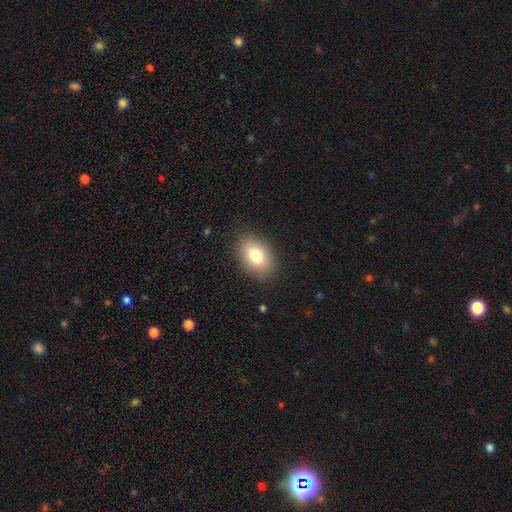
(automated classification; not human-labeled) smooth-or-featured: smooth: 80% | featured or disk: 11% | star or artifact: 9%
  how-rounded: in between: 86% | round: 12% | cigar-shaped: 1%
  merging: none: 86% | minor disturbance: 10% | major disturbance: 3% | merger: 1%